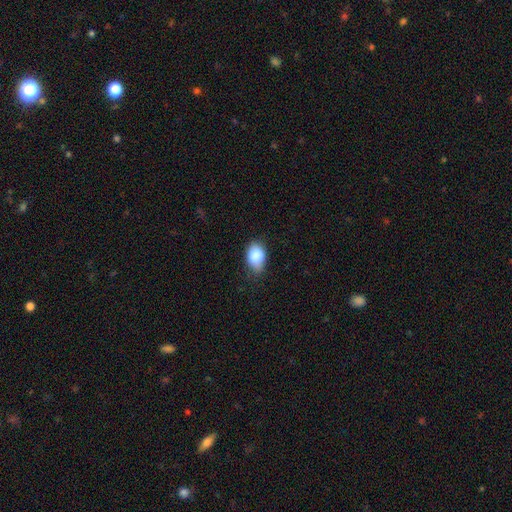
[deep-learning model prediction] This is clearly a smooth galaxy (87%). How rounded: clearly in between (83%). Merging: likely none (65%).